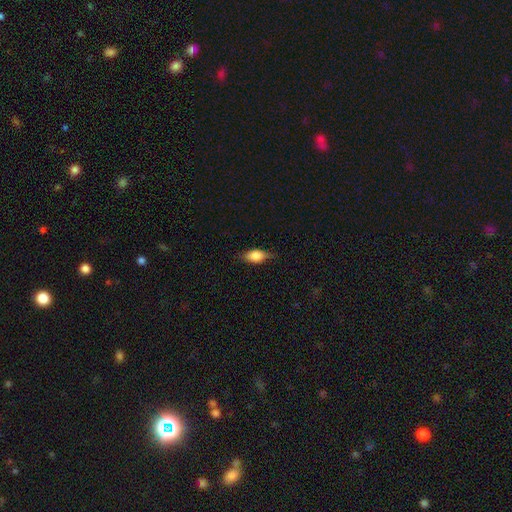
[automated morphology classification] A smooth galaxy with no disk features (75%) that is in between round and cigar-shaped (82%). Merging: none (71%).